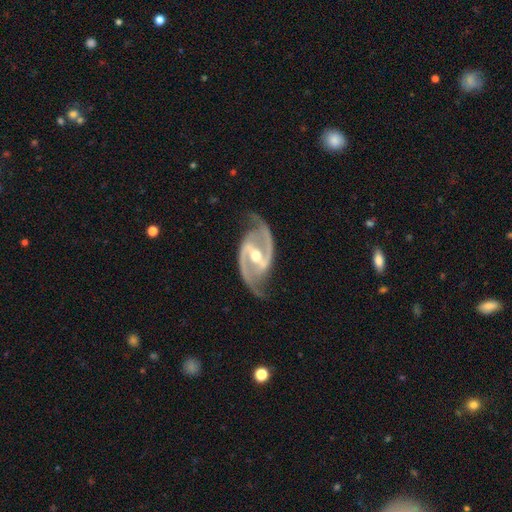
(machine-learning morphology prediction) smooth-or-featured: featured or disk: 94% | star or artifact: 4% | smooth: 2%
  disk-edge-on: no: 97% | yes: 3%
    bar: strong: 54% | weak: 35% | no: 11%
    has-spiral-arms: yes: 98% | no: 2%
      spiral-winding: medium: 60% | tight: 21% | loose: 19%
      spiral-arm-count: 2: 94% | 3: 1% | can't tell: 1% | 1: 1% | 4: 1% | more than 4: 1%
    bulge-size: moderate: 68% | small: 27% | large: 3% | none: 1% | dominant: 1%
  merging: none: 77% | minor disturbance: 16% | major disturbance: 5% | merger: 1%